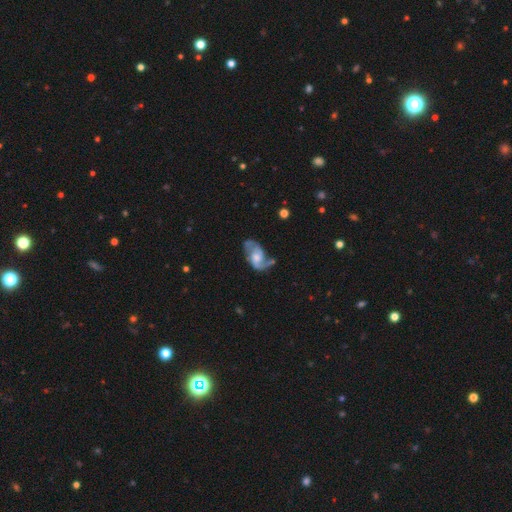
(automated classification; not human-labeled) A featured or disk galaxy (81%) with no bar (56%), 2 (82%) medium (43%, tied with loose) spiral arms (93%) and a moderate central bulge (44%).

Vote fractions:
- Smooth or featured? featured or disk: 81% / smooth: 13% / star or artifact: 6%
- Edge-on disk? no: 97% / yes: 3%
- Bar? no: 56% / weak: 36% / strong: 8%
- Spiral arms? yes: 93% / no: 7%
- Spiral winding? medium: 43% (tied) / loose: 43% (tied) / tight: 14%
- Spiral arm count? 2: 82% / 1: 7% / can't tell: 6% / 3: 3% / 4: 1% / more than 4: 1%
- Bulge size? moderate: 44% / small: 26% / large: 16% / none: 12% / dominant: 2%
- Merging? none: 51% / minor disturbance: 24% / major disturbance: 20% / merger: 6%